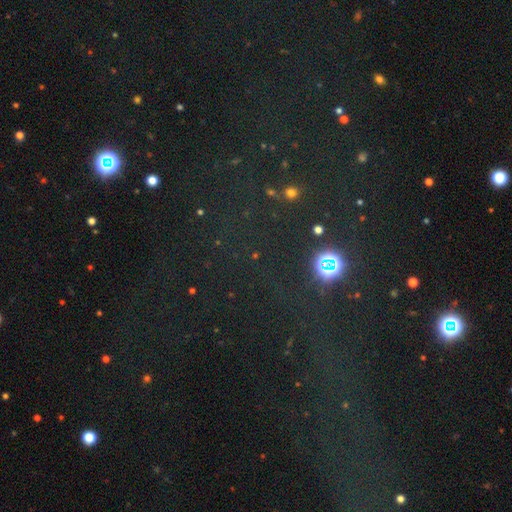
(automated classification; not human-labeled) Overall: star or artifact (67%).